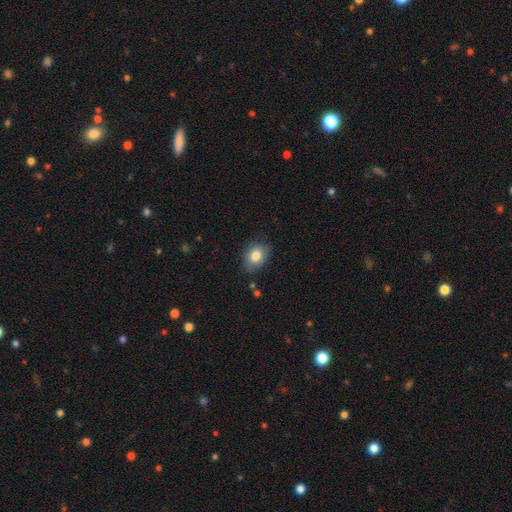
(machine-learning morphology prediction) Smooth or featured? smooth (82%)
How rounded? in between (59%)
Merging? none (76%)